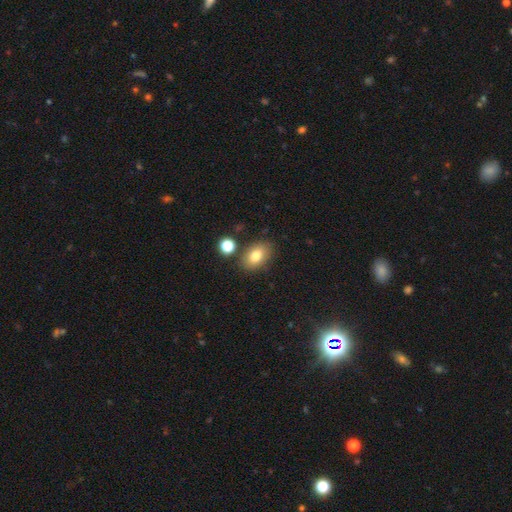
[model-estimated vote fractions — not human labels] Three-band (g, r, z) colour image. It shows a smooth galaxy with no disk features (79%) that is in between round and cigar-shaped (85%). Merging: none (80%).